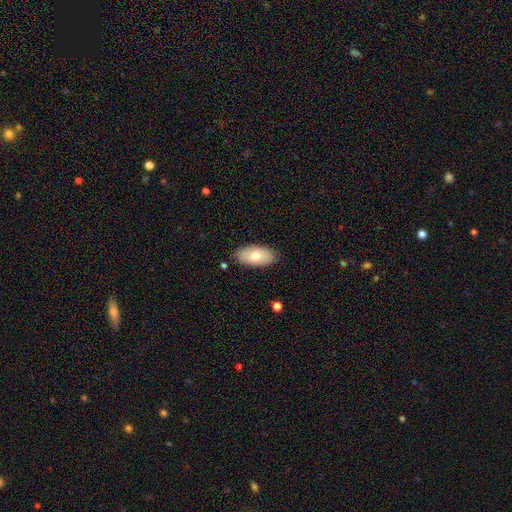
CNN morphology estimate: Smooth or featured?
  - smooth: 74% *
  - featured or disk: 19%
  - star or artifact: 6%
How rounded?
  - in between: 94% *
  - round: 3%
  - cigar-shaped: 3%
Merging?
  - none: 86% *
  - minor disturbance: 11%
  - major disturbance: 2%
  - merger: 1%